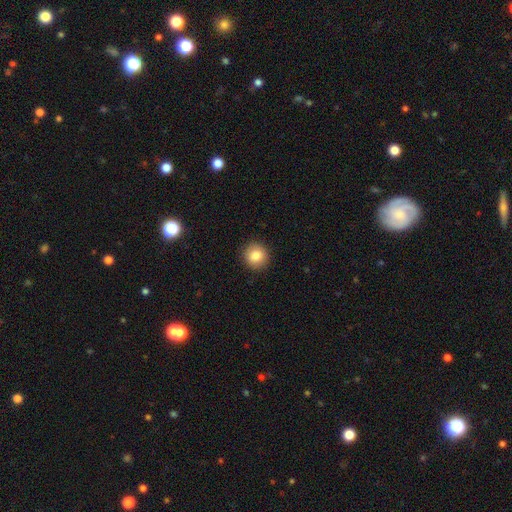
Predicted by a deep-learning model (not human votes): smooth-or-featured: smooth: 84% | star or artifact: 10% | featured or disk: 7%
  how-rounded: round: 92% | in between: 7% | cigar-shaped: 1%
  merging: none: 92% | minor disturbance: 6% | major disturbance: 2% | merger: 1%